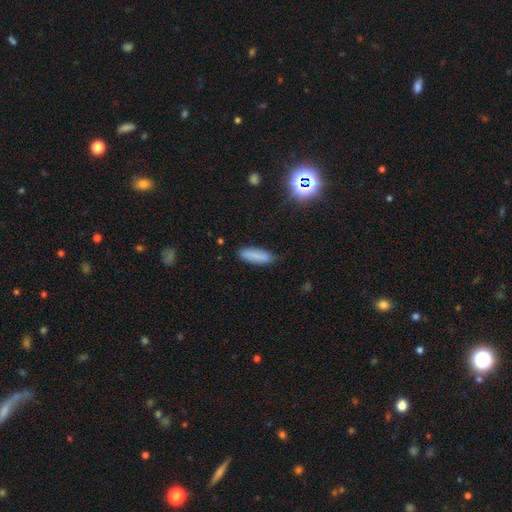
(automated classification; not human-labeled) smooth_or_featured: smooth (p=0.83) [alt: featured or disk p=0.08]
how_rounded: in between (p=0.53) [alt: cigar-shaped p=0.45]
merging: none (p=0.80) [alt: minor disturbance p=0.16]